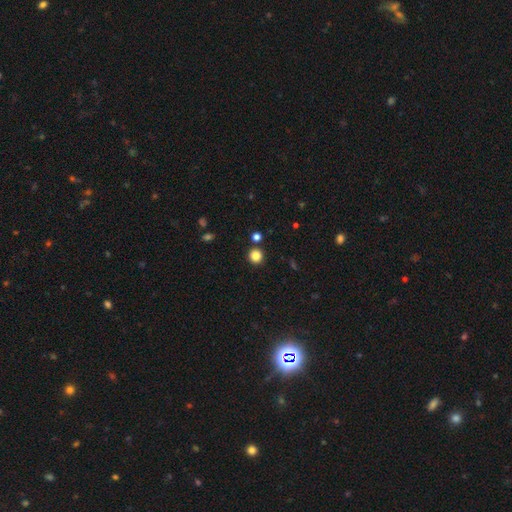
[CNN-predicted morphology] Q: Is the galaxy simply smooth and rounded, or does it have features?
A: smooth — 84%.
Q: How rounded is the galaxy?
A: round — 93%.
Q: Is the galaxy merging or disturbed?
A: none — 88%.